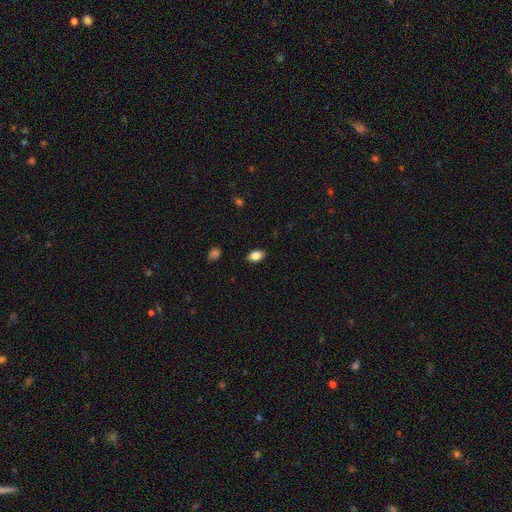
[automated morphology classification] This is clearly a smooth galaxy (85%). How rounded: clearly in between (86%). Merging: clearly none (87%).